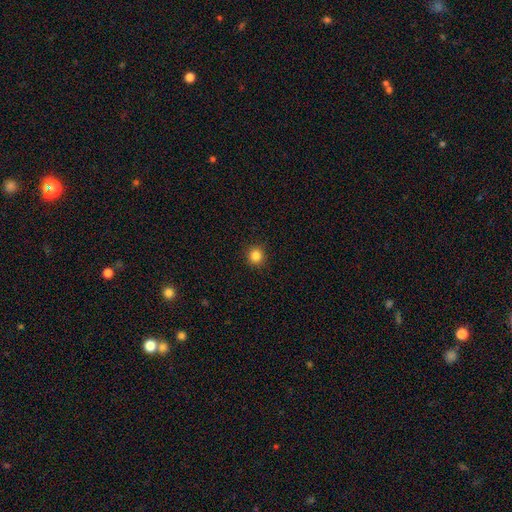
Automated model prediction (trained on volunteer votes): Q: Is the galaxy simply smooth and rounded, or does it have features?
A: smooth — 84%.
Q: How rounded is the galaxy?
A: round — 93%.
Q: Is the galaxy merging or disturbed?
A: none — 92%.